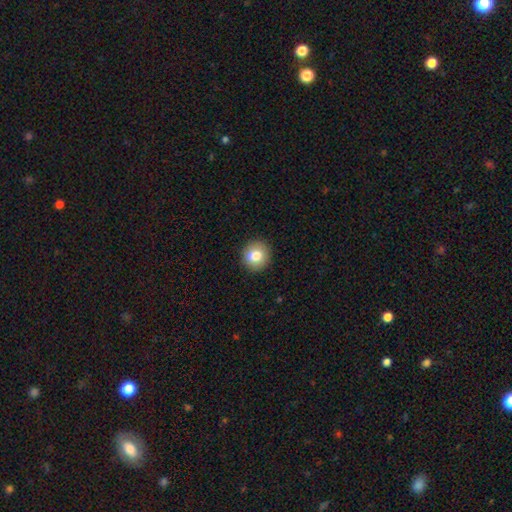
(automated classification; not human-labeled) Q: Smooth or featured?
A: smooth (82%); runner-up: featured or disk (10%)
Q: How rounded?
A: round (87%); runner-up: in between (12%)
Q: Merging?
A: none (91%); runner-up: minor disturbance (6%)